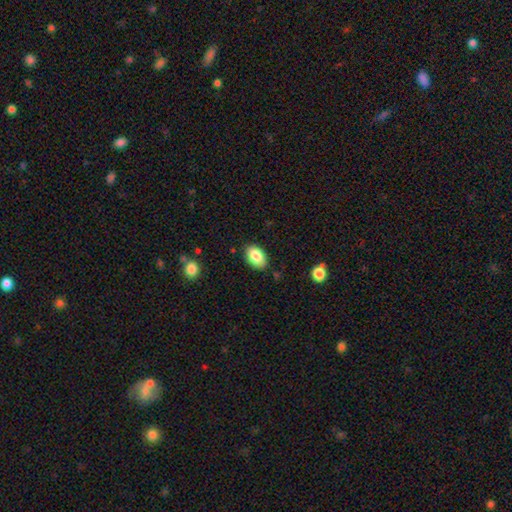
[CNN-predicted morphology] Smooth or featured: smooth — 85% (star or artifact — 7%)
How rounded: in between — 90% (round — 9%)
Merging: none — 84% (minor disturbance — 12%)